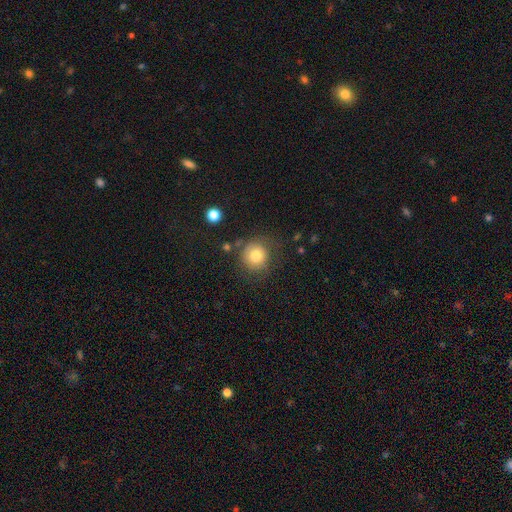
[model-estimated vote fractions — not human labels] smooth 78%, featured or disk 11%, star or artifact 10%. Down the decision tree: how rounded — round (90%); merging — none (71%).